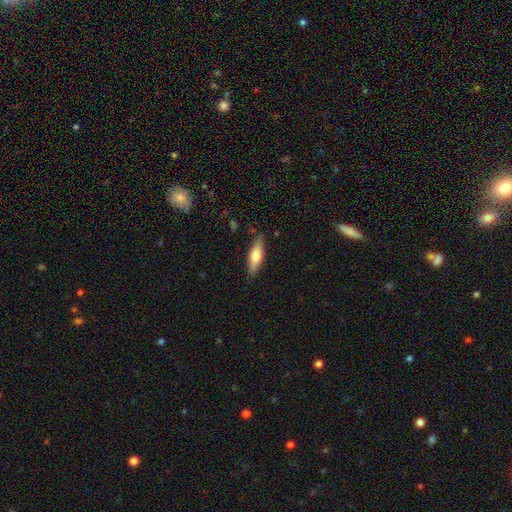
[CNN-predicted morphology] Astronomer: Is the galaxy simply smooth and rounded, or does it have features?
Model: smooth — 61%.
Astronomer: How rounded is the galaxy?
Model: in between — 49% (runner-up: cigar-shaped, 48%).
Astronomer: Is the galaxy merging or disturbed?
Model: none — 85%.